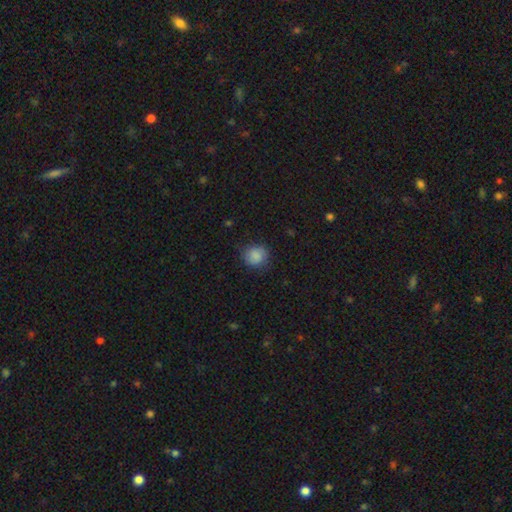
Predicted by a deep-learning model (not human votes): Smooth or featured: smooth — 86% (star or artifact — 8%)
How rounded: round — 84% (in between — 15%)
Merging: none — 79% (minor disturbance — 15%)